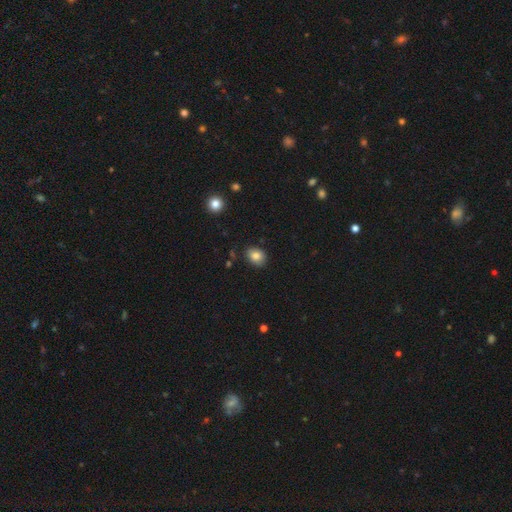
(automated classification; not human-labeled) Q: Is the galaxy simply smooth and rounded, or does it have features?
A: smooth — 83%.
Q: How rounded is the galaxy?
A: in between — 62%.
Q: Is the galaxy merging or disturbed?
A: none — 83%.